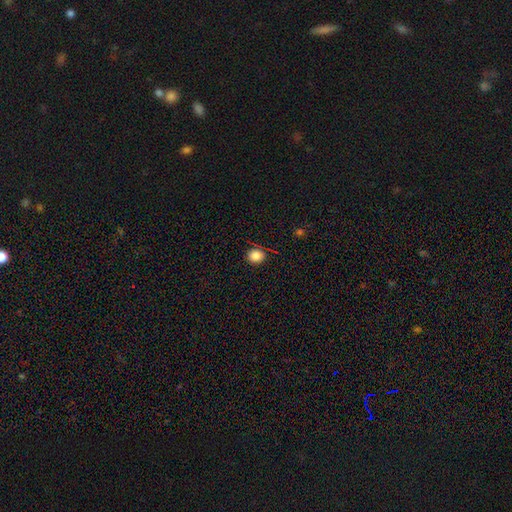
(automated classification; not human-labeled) A smooth galaxy with no disk features (84%) that is round (75%).

Vote fractions:
- Smooth or featured? smooth: 84% / star or artifact: 11% / featured or disk: 5%
- How rounded? round: 75% / in between: 24% / cigar-shaped: 1%
- Merging? none: 84% / minor disturbance: 12% / major disturbance: 3% / merger: 1%